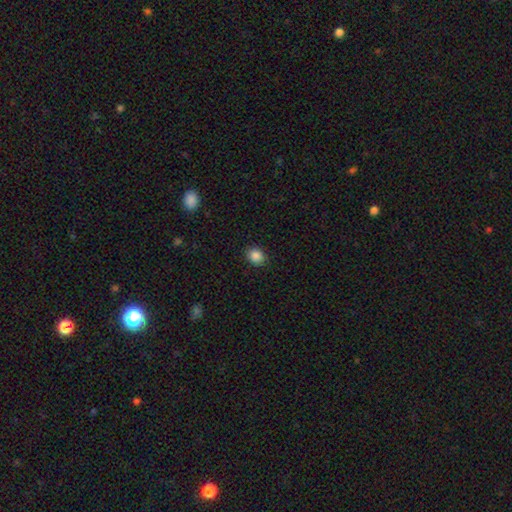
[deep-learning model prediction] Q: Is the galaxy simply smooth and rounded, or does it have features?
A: smooth — 86%.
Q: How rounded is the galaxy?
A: round — 63%.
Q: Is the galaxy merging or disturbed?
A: none — 88%.